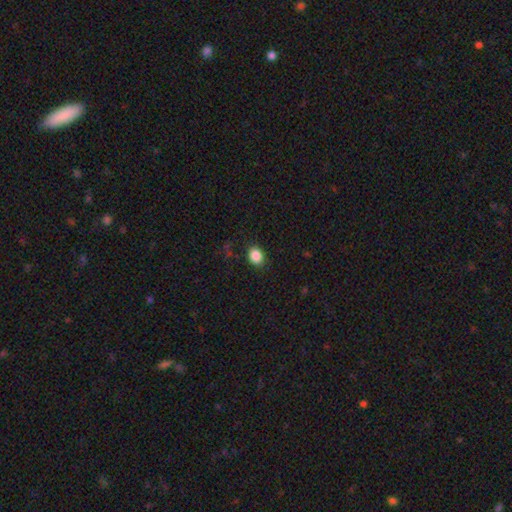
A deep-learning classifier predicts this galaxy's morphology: Smooth or featured? Predicted: smooth (p=0.87). How rounded? Predicted: in between (p=0.52). Merging? Predicted: none (p=0.86).